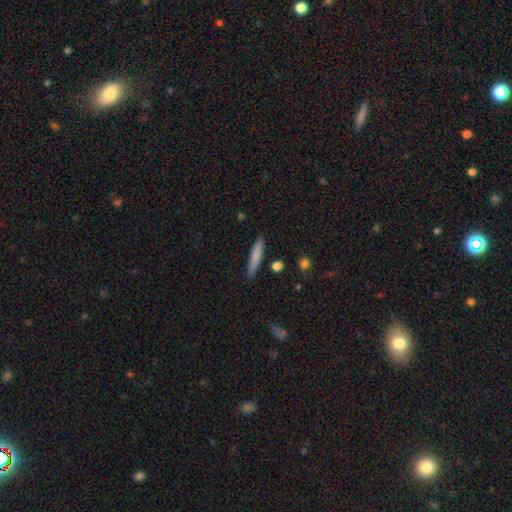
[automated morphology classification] The model was most divided on "smooth or featured": smooth: 77%, featured or disk: 17%, star or artifact: 6%. More confident: how rounded — cigar-shaped (90%); merging — none (86%).